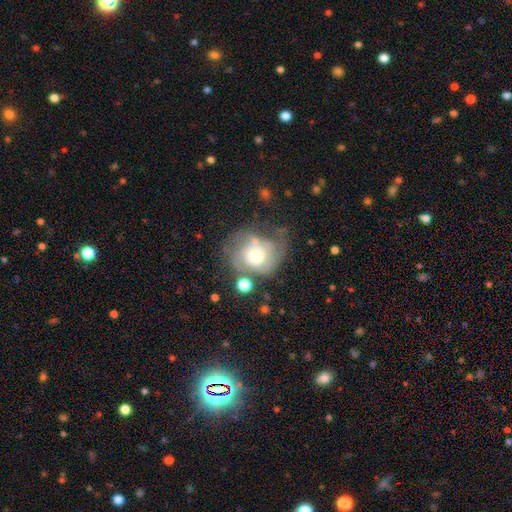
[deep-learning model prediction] smooth_or_featured: featured or disk (p=0.68) [alt: smooth p=0.24]
disk_edge_on: no (p=0.97) [alt: yes p=0.03]
bar: no (p=0.79) [alt: weak p=0.18]
has_spiral_arms: yes (p=0.80) [alt: no p=0.20]
spiral_winding: tight (p=0.52) [alt: medium p=0.34]
spiral_arm_count: can't tell (p=0.37) [alt: 2 p=0.33]
bulge_size: moderate (p=0.68) [alt: small p=0.21]
merging: none (p=0.42) [alt: minor disturbance p=0.25]